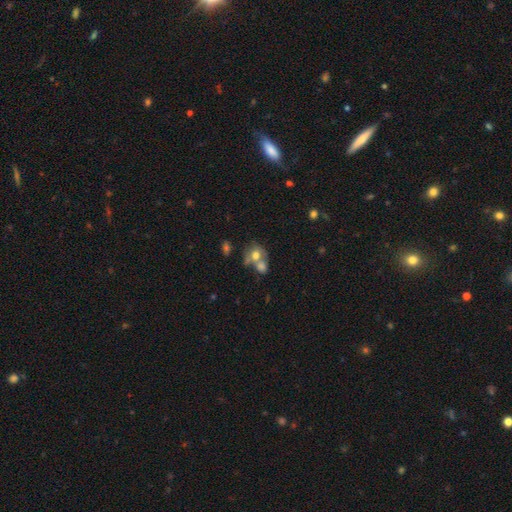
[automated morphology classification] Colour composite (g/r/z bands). It shows a smooth galaxy with no disk features (67%) that is round (55%). Merging: merger (56%).